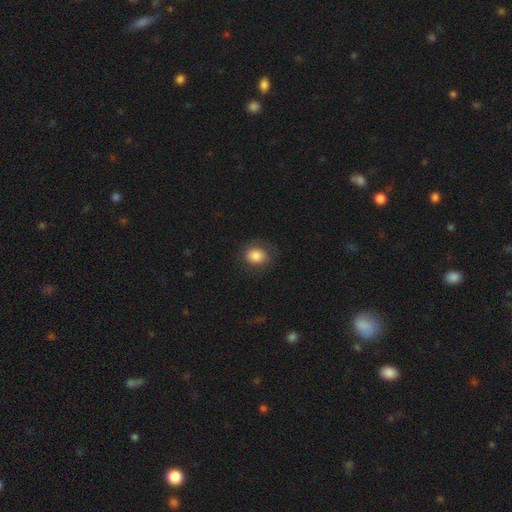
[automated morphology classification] Smooth or featured? Predicted: smooth (p=0.80). How rounded? Predicted: round (p=0.53). Merging? Predicted: none (p=0.72).